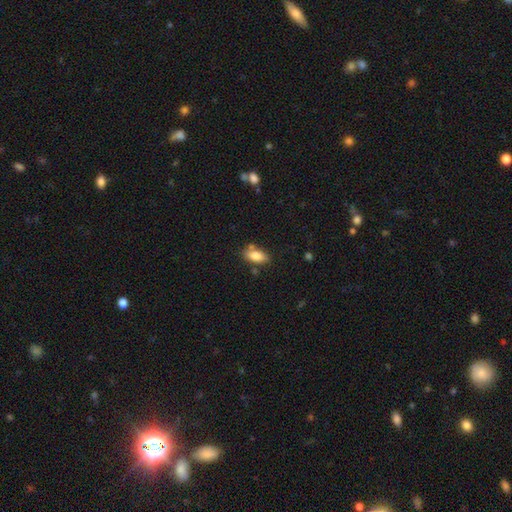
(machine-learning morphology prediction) Q: Smooth or featured?
A: smooth (83%); runner-up: featured or disk (9%)
Q: How rounded?
A: in between (88%); runner-up: cigar-shaped (8%)
Q: Merging?
A: none (72%); runner-up: minor disturbance (16%)